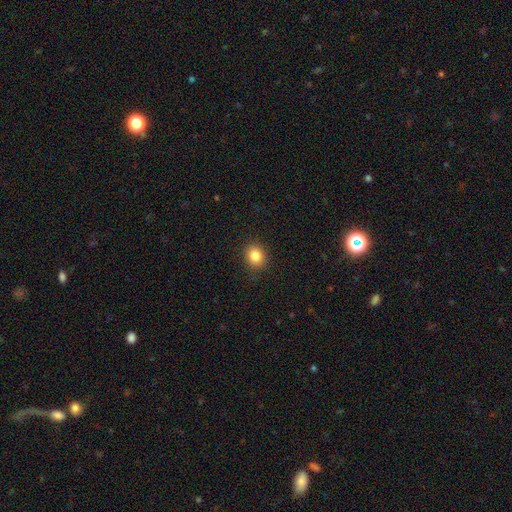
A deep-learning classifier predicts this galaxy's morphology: Overall: smooth (84%). How rounded: round (73%). Merging: none (90%).